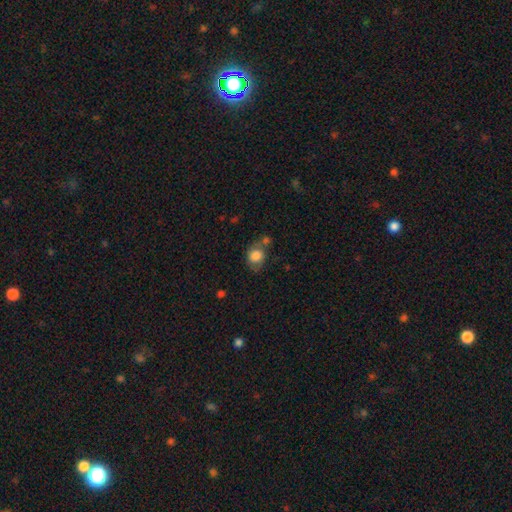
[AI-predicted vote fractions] smooth-or-featured: smooth: 80% | featured or disk: 11% | star or artifact: 8%
  how-rounded: round: 54% | in between: 45% | cigar-shaped: 1%
  merging: none: 45% | minor disturbance: 23% | merger: 21% | major disturbance: 10%